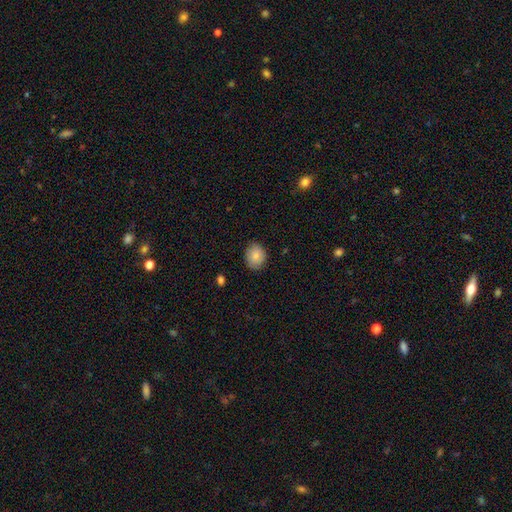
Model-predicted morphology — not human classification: A smooth galaxy with no disk features (84%) that is round (58%). Merging: none (83%).